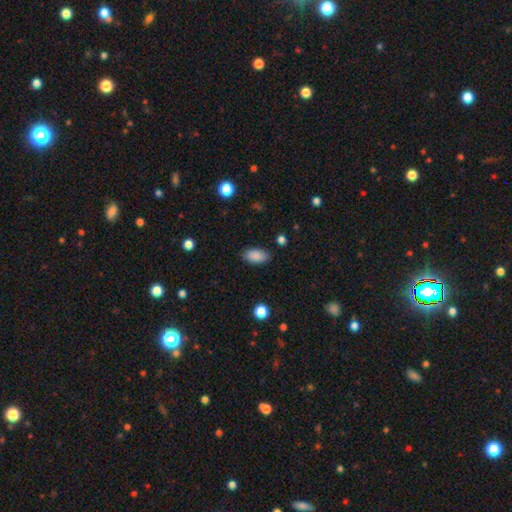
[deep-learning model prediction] The model was most divided on "merging": none: 87%, minor disturbance: 10%, major disturbance: 3%, merger: 1%. More confident: how rounded — in between (93%); smooth or featured — smooth (89%).